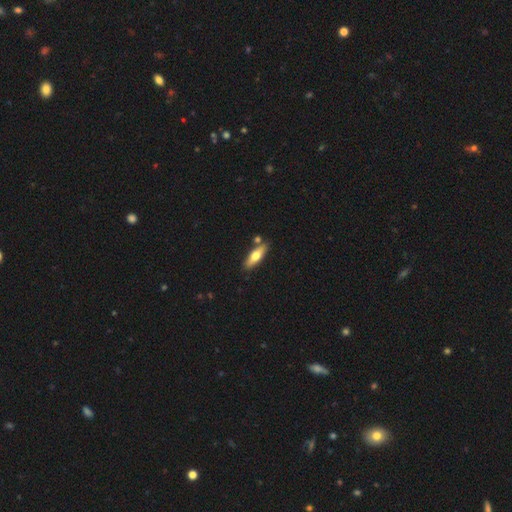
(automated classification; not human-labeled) Smooth or featured? Predicted: smooth (p=0.58). How rounded? Predicted: cigar-shaped (p=0.52). Merging? Predicted: none (p=0.80).